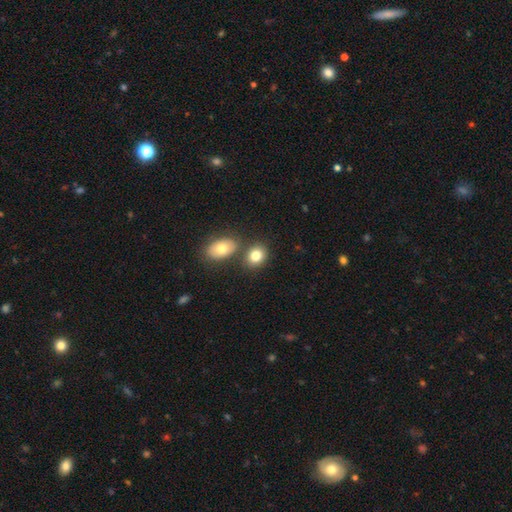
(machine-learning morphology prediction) Smooth or featured?
  - smooth: 81% *
  - featured or disk: 11%
  - star or artifact: 9%
How rounded?
  - in between: 58% *
  - round: 41%
  - cigar-shaped: 1%
Merging?
  - none: 65% *
  - merger: 21%
  - minor disturbance: 10%
  - major disturbance: 3%